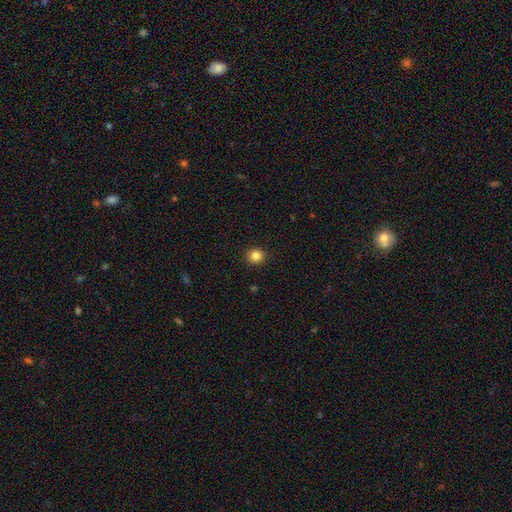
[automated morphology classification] This is clearly a smooth galaxy (85%). How rounded: clearly round (86%). Merging: clearly none (92%).